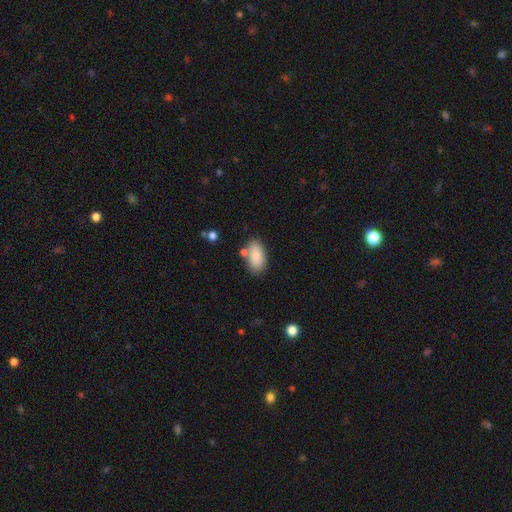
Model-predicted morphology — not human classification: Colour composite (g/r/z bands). It shows a smooth galaxy with no disk features (86%) that is in between round and cigar-shaped (93%). Merging: none (72%).